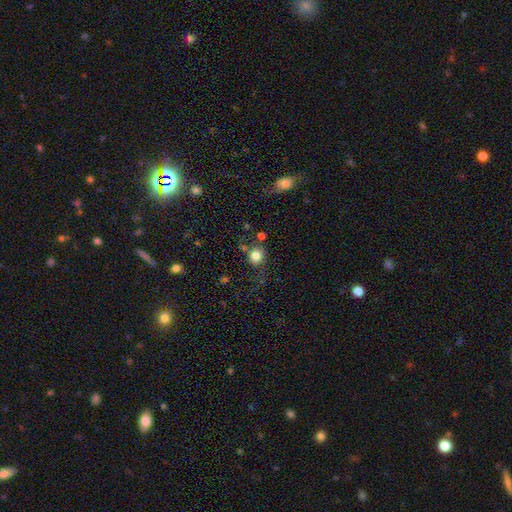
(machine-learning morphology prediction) smooth-or-featured: smooth: 81% | star or artifact: 12% | featured or disk: 8%
  how-rounded: round: 86% | in between: 13% | cigar-shaped: 1%
  merging: none: 73% | minor disturbance: 14% | merger: 7% | major disturbance: 7%